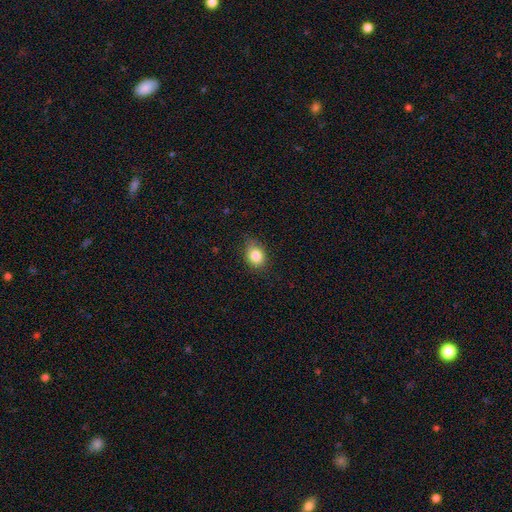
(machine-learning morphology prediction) A smooth galaxy with no disk features (85%) that is in between round and cigar-shaped (58%). Merging: none (75%).